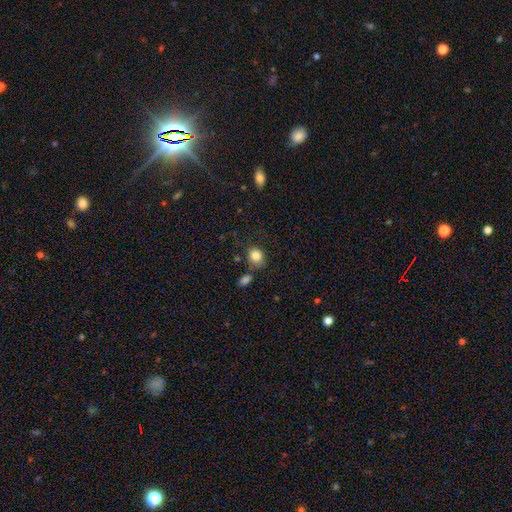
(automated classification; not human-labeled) smooth_or_featured: smooth (p=0.84) [alt: star or artifact p=0.10]
how_rounded: round (p=0.51) [alt: in between p=0.48]
merging: none (p=0.68) [alt: minor disturbance p=0.19]